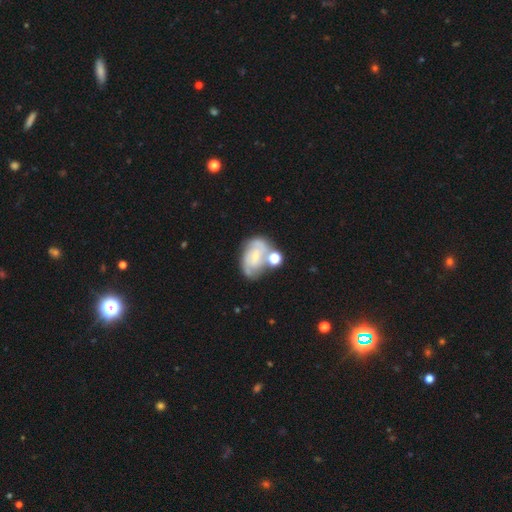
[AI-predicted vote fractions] A featured or disk galaxy (66%) with no bar (57%), 2 (51%) medium (42%) spiral arms (80%) and a small central bulge (66%). Merging: none (44%).